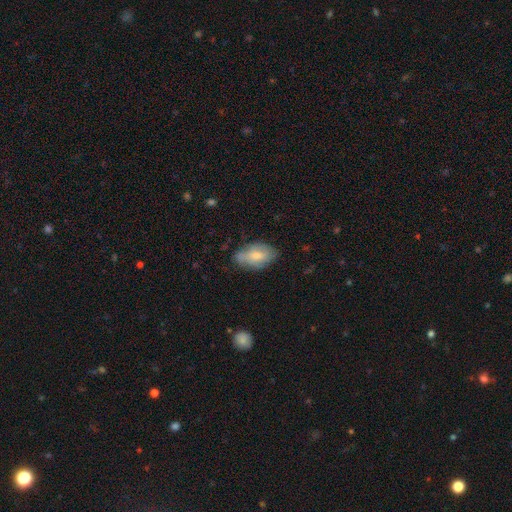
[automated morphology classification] Smooth or featured: smooth — 67% (featured or disk — 27%)
How rounded: in between — 92% (round — 5%)
Merging: none — 63% (minor disturbance — 29%)